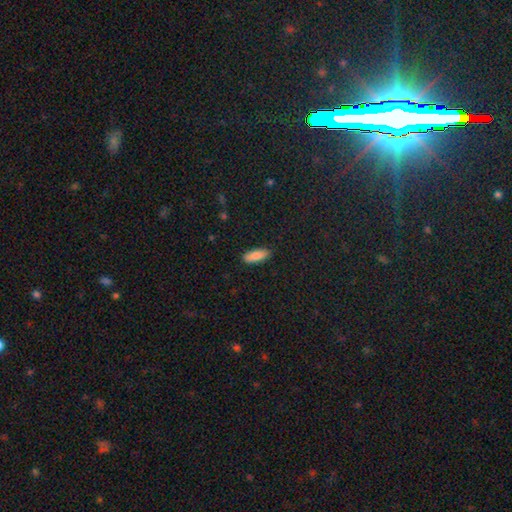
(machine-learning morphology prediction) smooth-or-featured: smooth: 87% | featured or disk: 6% | star or artifact: 6%
  how-rounded: in between: 68% | cigar-shaped: 30% | round: 2%
  merging: none: 89% | minor disturbance: 8% | major disturbance: 2% | merger: 1%